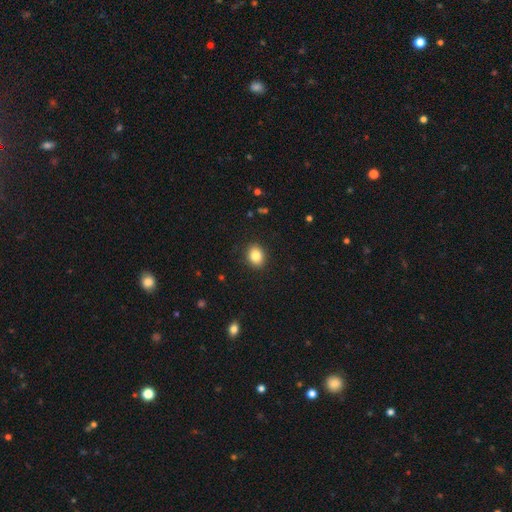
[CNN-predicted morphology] smooth 85%, star or artifact 9%, featured or disk 6%. Down the decision tree: how rounded — round (50%); merging — none (90%).